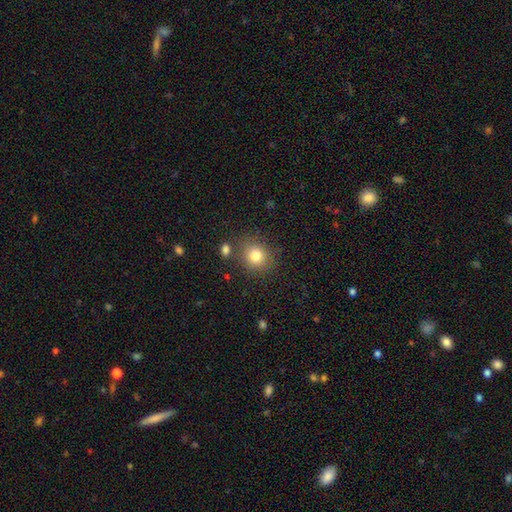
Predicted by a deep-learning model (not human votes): Morphology: type=smooth (81%); roundness=round (77%); merging=none (80%).